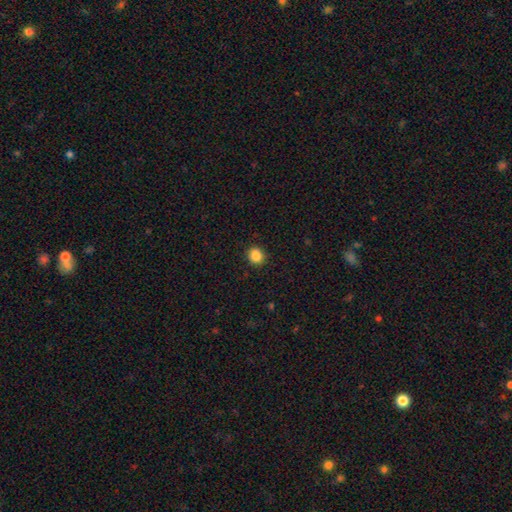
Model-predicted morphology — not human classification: A smooth galaxy with no disk features (87%) that is round (84%). Merging: none (91%).